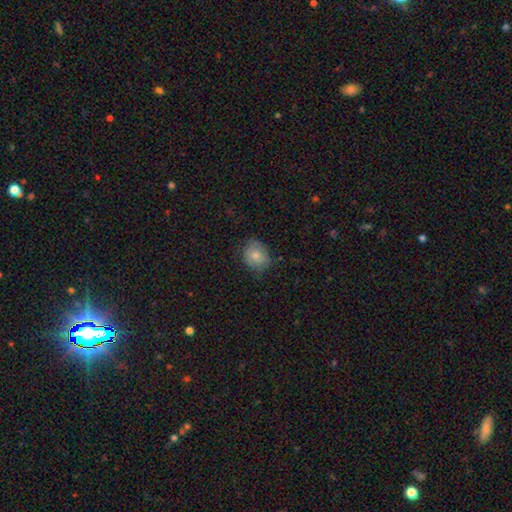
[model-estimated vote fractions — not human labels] Smooth or featured?
  - smooth: 74% *
  - featured or disk: 18%
  - star or artifact: 8%
How rounded?
  - round: 60% *
  - in between: 39%
  - cigar-shaped: 1%
Merging?
  - none: 70% *
  - minor disturbance: 23%
  - major disturbance: 6%
  - merger: 1%